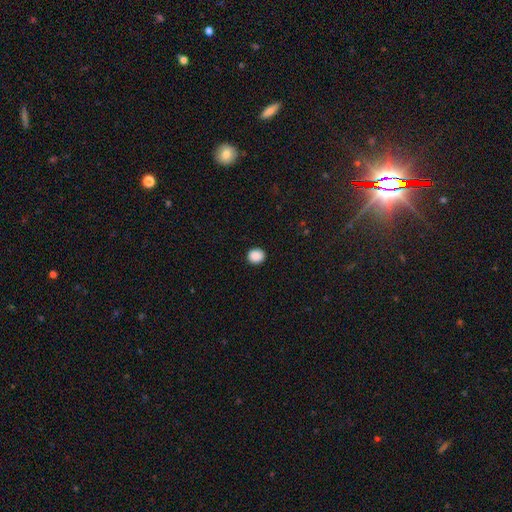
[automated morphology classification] A smooth galaxy with no disk features (89%) that is round (80%). Merging: none (92%).